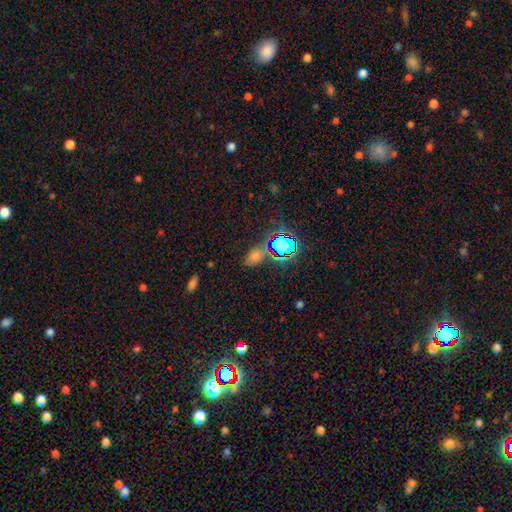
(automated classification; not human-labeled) Q: Smooth or featured?
A: star or artifact (47%); runner-up: smooth (44%)